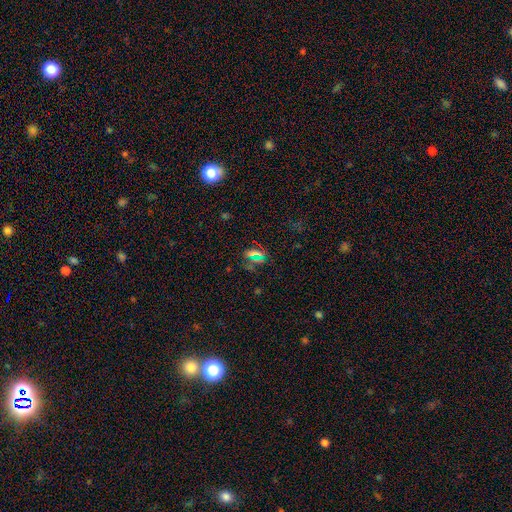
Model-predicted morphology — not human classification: This appears to be a star or artifact, not a galaxy (47%).